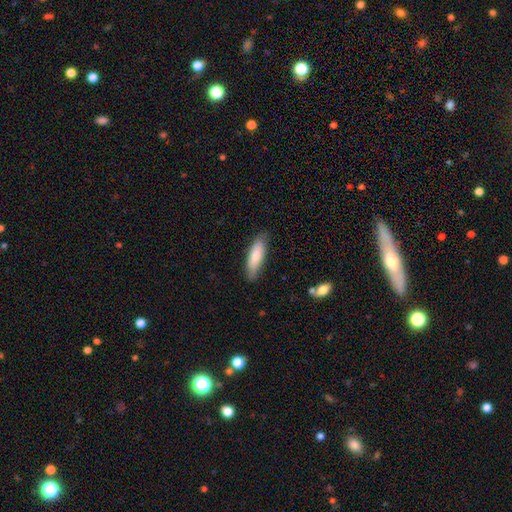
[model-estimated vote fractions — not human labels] Smooth or featured? Predicted: smooth (p=0.76). How rounded? Predicted: cigar-shaped (p=0.52). Merging? Predicted: none (p=0.83).